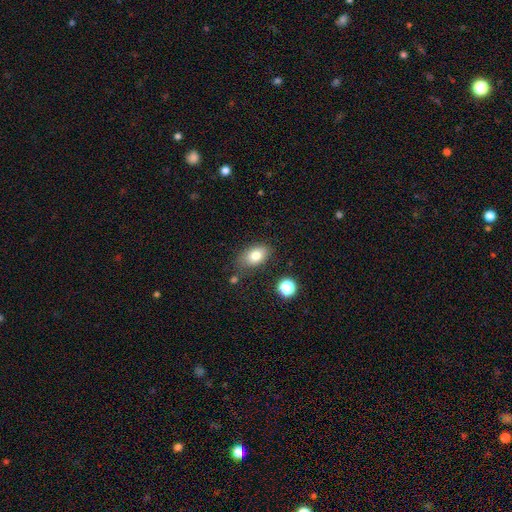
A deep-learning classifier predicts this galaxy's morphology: type=smooth (79%); roundness=in between (85%); merging=none (76%).